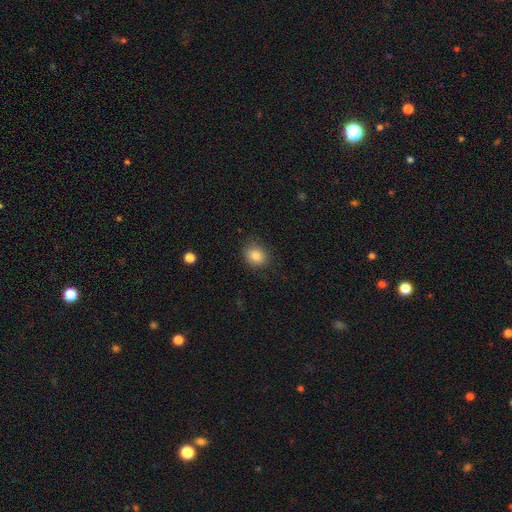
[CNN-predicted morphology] A smooth galaxy with no disk features (84%) that is round (60%).

Vote fractions:
- Smooth or featured? smooth: 84% / star or artifact: 10% / featured or disk: 6%
- How rounded? round: 60% / in between: 39% / cigar-shaped: 1%
- Merging? none: 82% / minor disturbance: 13% / major disturbance: 4% / merger: 1%